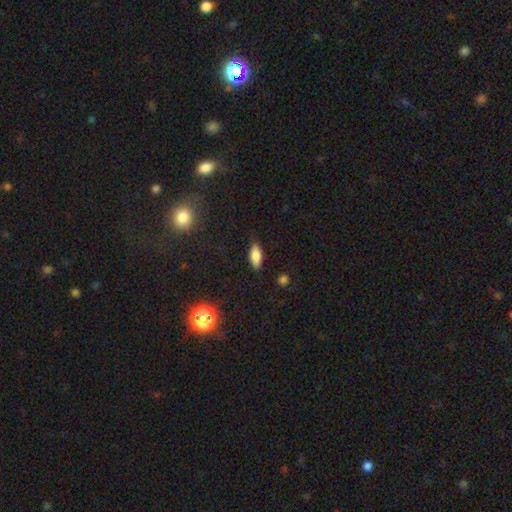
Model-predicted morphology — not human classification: This is likely a smooth galaxy (80%). How rounded: likely in between (79%). Merging: clearly none (86%).